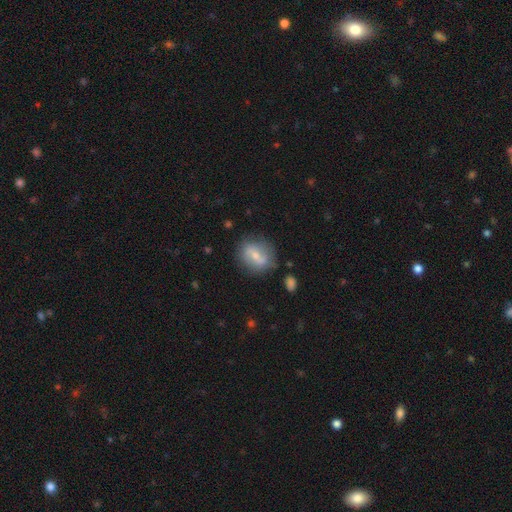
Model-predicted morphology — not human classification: This is possibly a featured or disk galaxy (49%). Merging: likely none (72%).